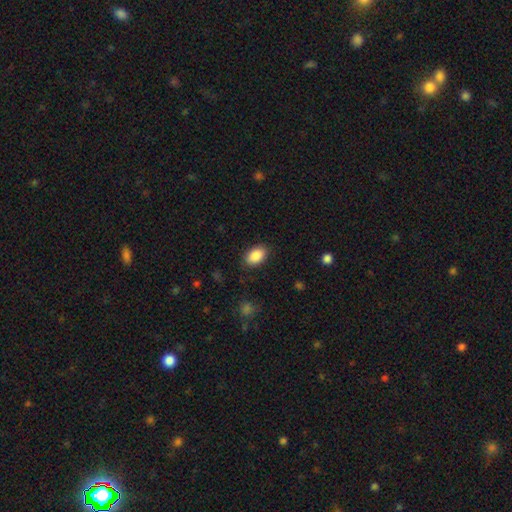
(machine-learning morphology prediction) type=smooth (89%); roundness=in between (89%); merging=none (86%).